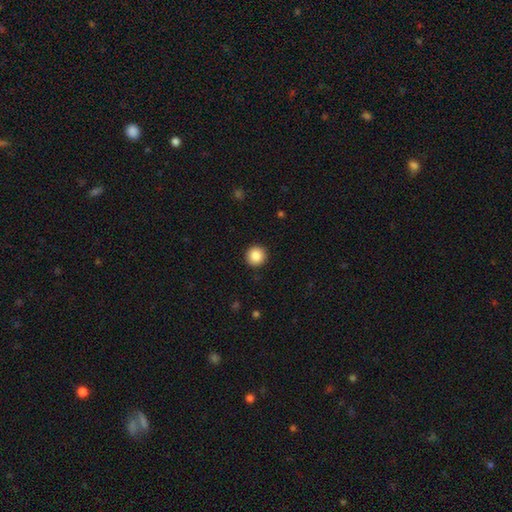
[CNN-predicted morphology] A smooth galaxy with no disk features (88%) that is round (95%).

Vote fractions:
- Smooth or featured? smooth: 88% / star or artifact: 9% / featured or disk: 4%
- How rounded? round: 95% / in between: 4% / cigar-shaped: 1%
- Merging? none: 92% / minor disturbance: 5% / major disturbance: 2% / merger: 1%